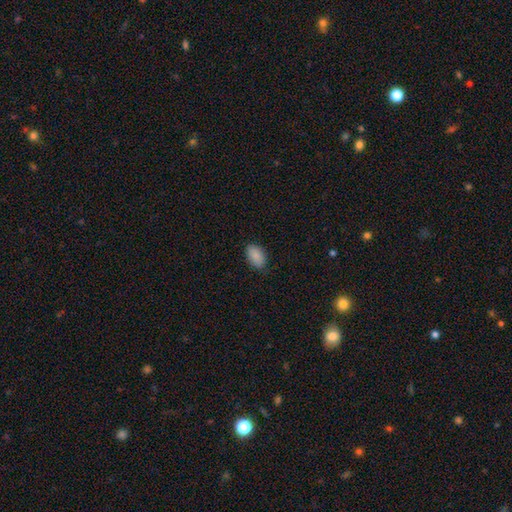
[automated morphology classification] smooth_or_featured: smooth (p=0.88) [alt: star or artifact p=0.07]
how_rounded: in between (p=0.91) [alt: round p=0.08]
merging: none (p=0.85) [alt: minor disturbance p=0.12]